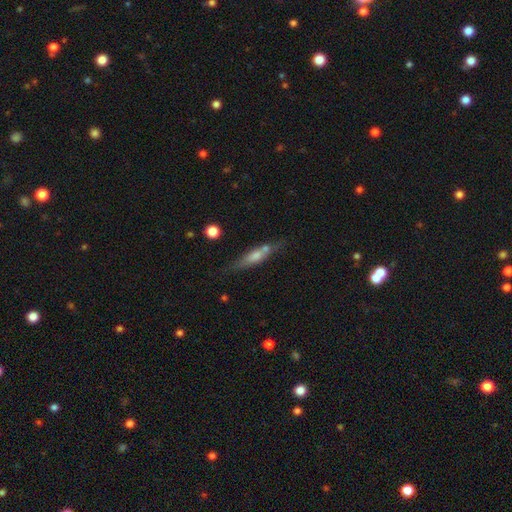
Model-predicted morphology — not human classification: smooth-or-featured: featured or disk: 47% | smooth: 46% | star or artifact: 7%
  merging: none: 68% | minor disturbance: 16% | merger: 11% | major disturbance: 5%